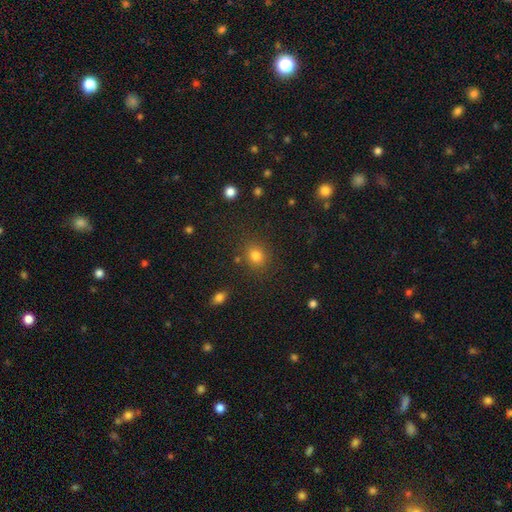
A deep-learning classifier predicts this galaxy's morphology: A smooth galaxy with no disk features (80%) that is round (74%). Merging: none (82%).